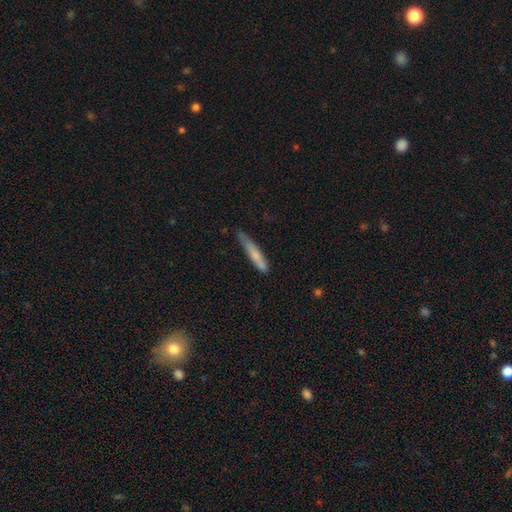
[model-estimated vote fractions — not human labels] A smooth galaxy with no disk features (69%) that is cigar-shaped (92%). Merging: none (66%).